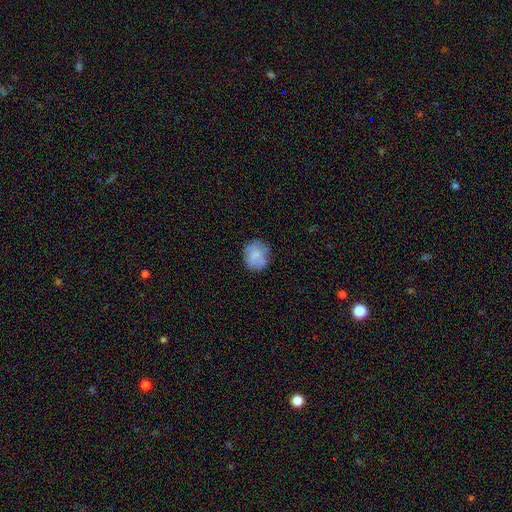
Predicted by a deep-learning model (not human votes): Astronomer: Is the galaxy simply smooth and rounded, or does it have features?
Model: smooth — 72%.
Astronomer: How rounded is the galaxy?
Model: round — 78%.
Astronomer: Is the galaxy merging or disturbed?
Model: none — 74%.